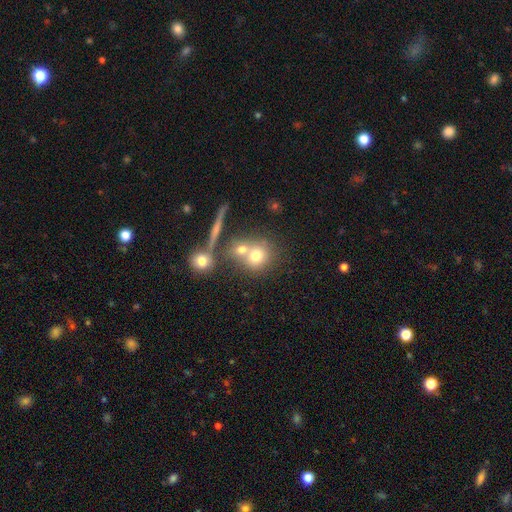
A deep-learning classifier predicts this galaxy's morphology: smooth_or_featured: smooth (p=0.68) [alt: featured or disk p=0.18]
how_rounded: round (p=0.82) [alt: in between p=0.16]
merging: none (p=0.44) [alt: merger p=0.43]